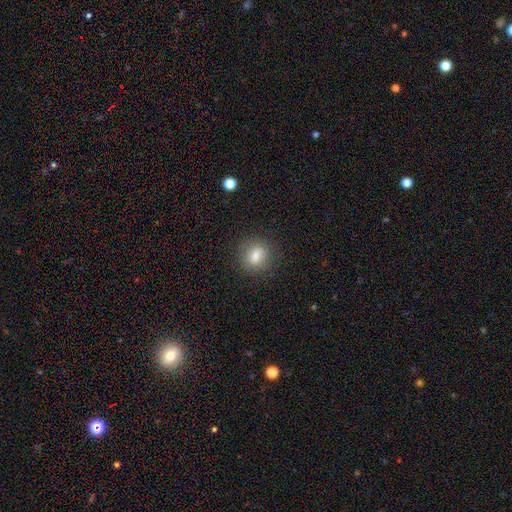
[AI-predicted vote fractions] Overall: smooth (77%). How rounded: round (78%). Merging: none (87%).